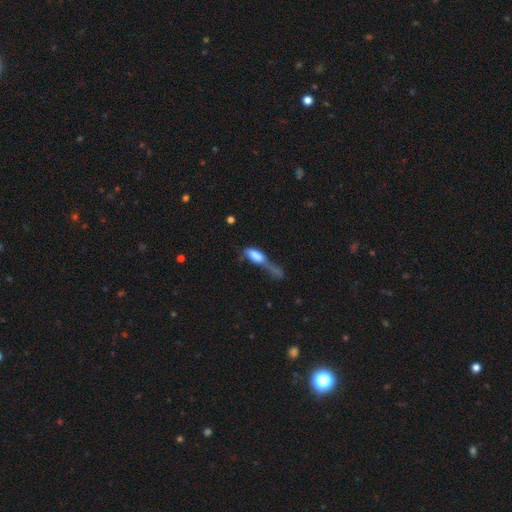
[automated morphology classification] Smooth or featured? Predicted: smooth (p=0.68). How rounded? Predicted: in between (p=0.73). Merging? Predicted: major disturbance (p=0.39).